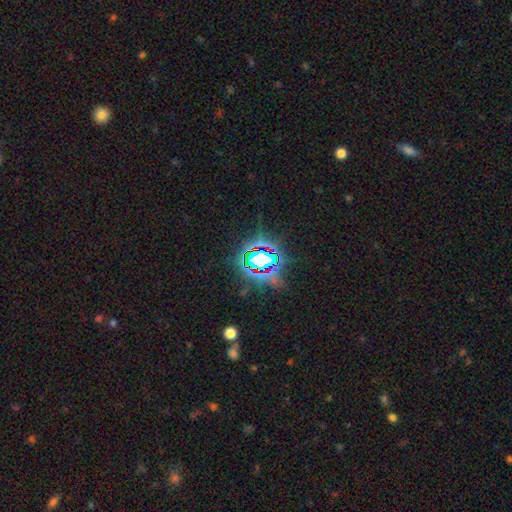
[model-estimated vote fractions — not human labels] Q: Smooth or featured?
A: star or artifact (74%); runner-up: smooth (14%)